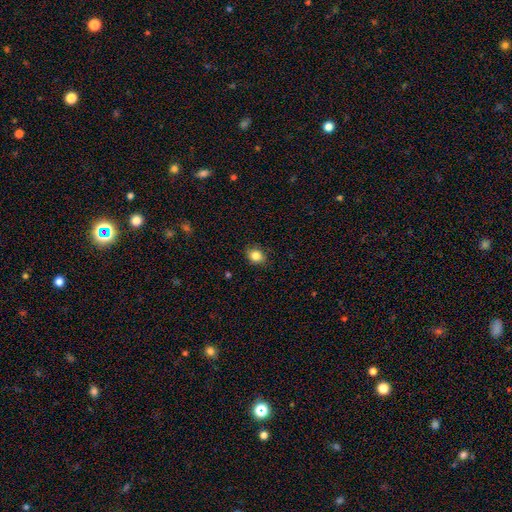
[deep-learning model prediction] Smooth or featured? Predicted: smooth (p=0.85). How rounded? Predicted: round (p=0.57). Merging? Predicted: none (p=0.85).